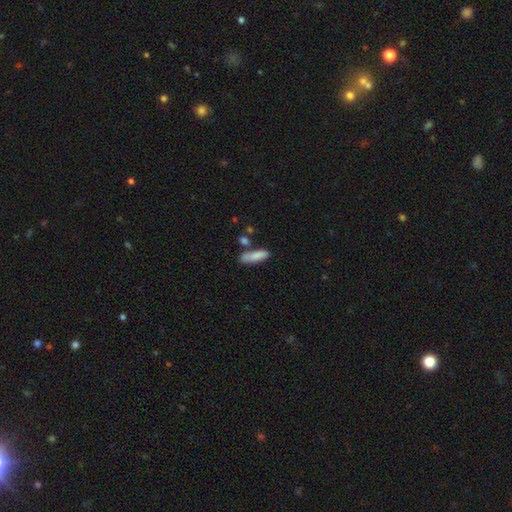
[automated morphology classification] Smooth or featured? smooth (83%)
How rounded? cigar-shaped (61%)
Merging? none (64%)